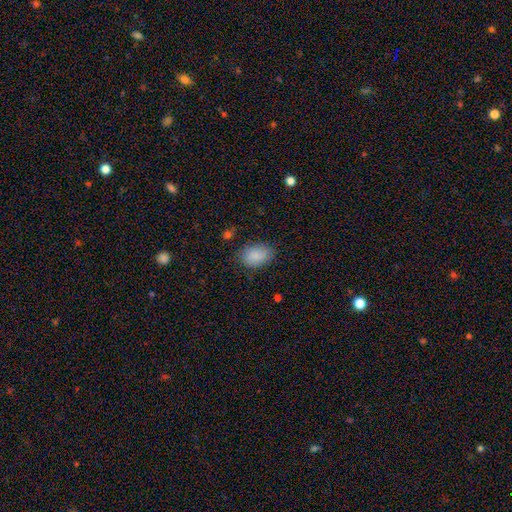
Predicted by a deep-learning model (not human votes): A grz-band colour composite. It shows a smooth galaxy with no disk features (88%) that is in between round and cigar-shaped (84%). Merging: none (81%).